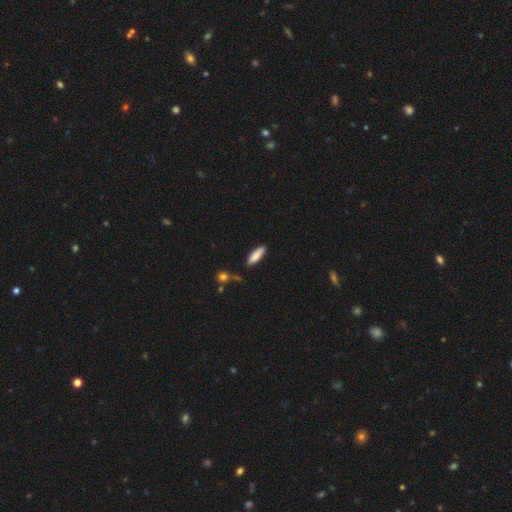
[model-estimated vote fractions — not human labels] Smooth or featured? smooth (86%)
How rounded? cigar-shaped (52%)
Merging? none (82%)